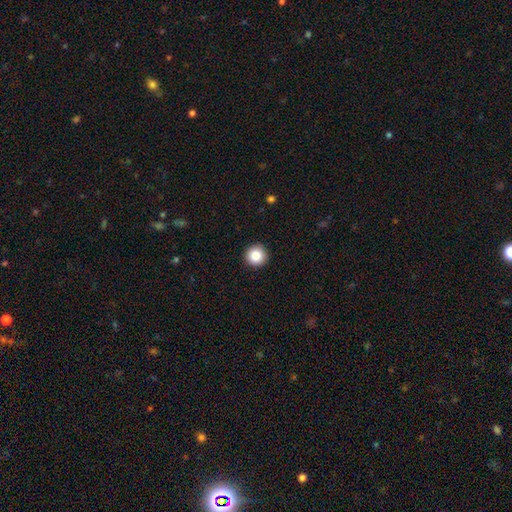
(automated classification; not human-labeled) Smooth or featured? Predicted: smooth (p=0.86). How rounded? Predicted: round (p=0.96). Merging? Predicted: none (p=0.93).